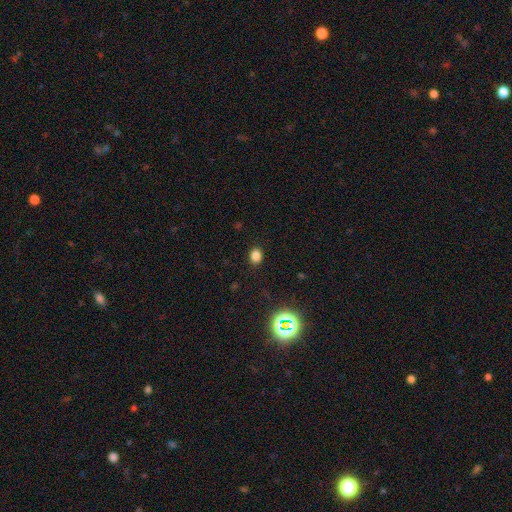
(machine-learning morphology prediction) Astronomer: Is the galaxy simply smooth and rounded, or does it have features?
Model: smooth — 80%.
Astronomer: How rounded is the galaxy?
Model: round — 53% (runner-up: in between, 46%).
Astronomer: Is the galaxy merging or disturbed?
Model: none — 89%.